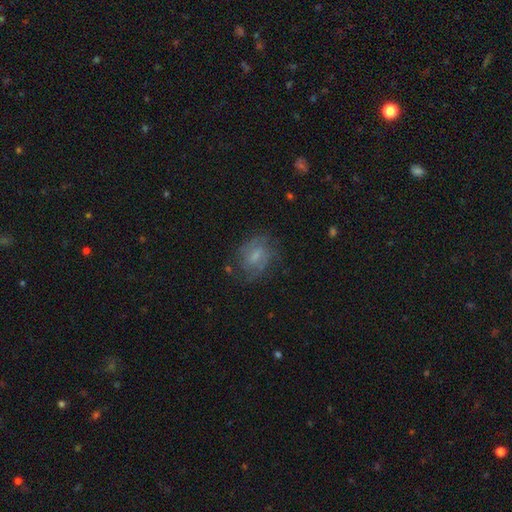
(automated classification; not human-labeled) Morphology: type=featured or disk (59%); edge-on=no (97%); bar=weak (52%); spiral arms=yes (83%); bulge=small (41%); merging=none (67%).